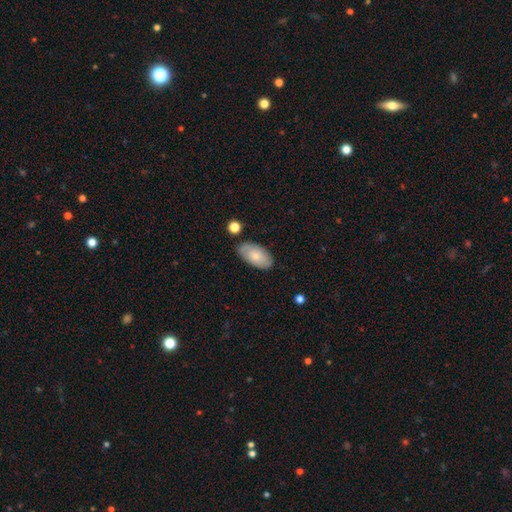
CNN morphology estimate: A smooth galaxy with no disk features (69%) that is in between round and cigar-shaped (95%).

Vote fractions:
- Smooth or featured? smooth: 69% / featured or disk: 24% / star or artifact: 6%
- How rounded? in between: 95% / round: 3% / cigar-shaped: 2%
- Merging? none: 78% / minor disturbance: 16% / major disturbance: 3% / merger: 3%